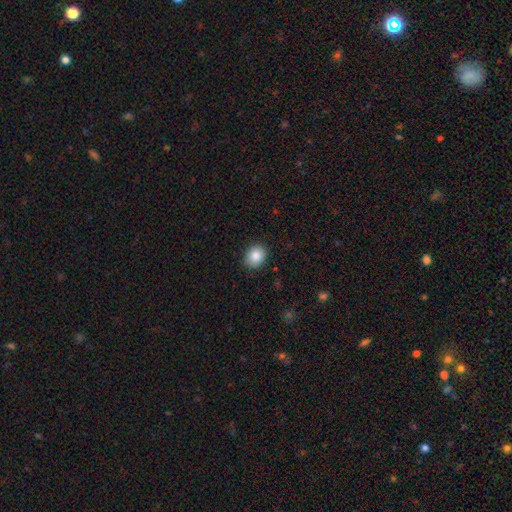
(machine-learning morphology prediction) smooth 85%, star or artifact 9%, featured or disk 6%. Down the decision tree: how rounded — round (61%); merging — none (88%).